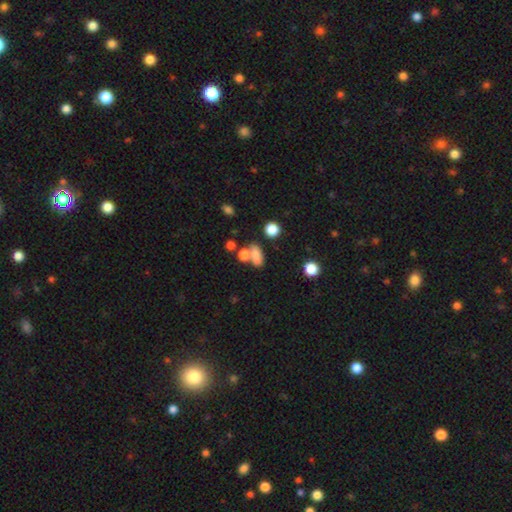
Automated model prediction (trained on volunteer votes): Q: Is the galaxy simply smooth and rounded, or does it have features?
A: smooth — 74%.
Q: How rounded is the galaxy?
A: in between — 67%.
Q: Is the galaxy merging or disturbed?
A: merger — 41%.